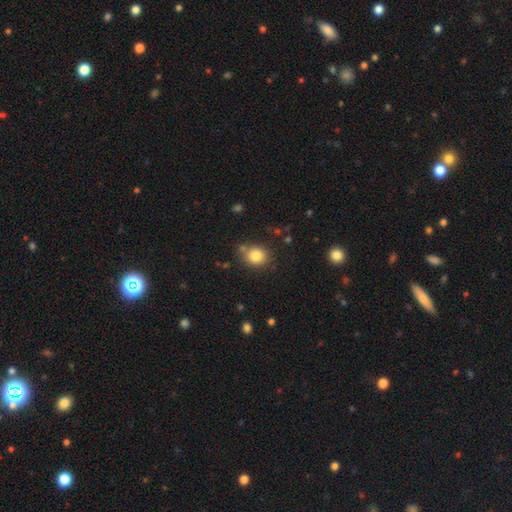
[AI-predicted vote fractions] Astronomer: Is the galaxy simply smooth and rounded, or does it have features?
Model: smooth — 82%.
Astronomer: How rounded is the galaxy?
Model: round — 72%.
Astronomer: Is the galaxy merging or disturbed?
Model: none — 74%.